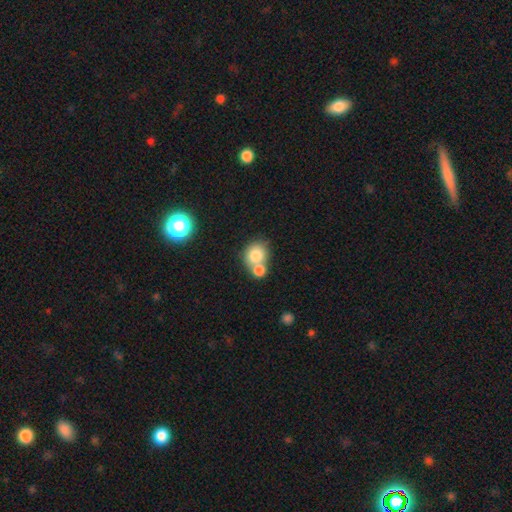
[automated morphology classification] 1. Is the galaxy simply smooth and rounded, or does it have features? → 78% smooth, 12% featured or disk, 10% star or artifact.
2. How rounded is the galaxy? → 72% round, 27% in between, 1% cigar-shaped.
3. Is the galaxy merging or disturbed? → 52% merger, 37% none, 8% minor disturbance, 3% major disturbance.